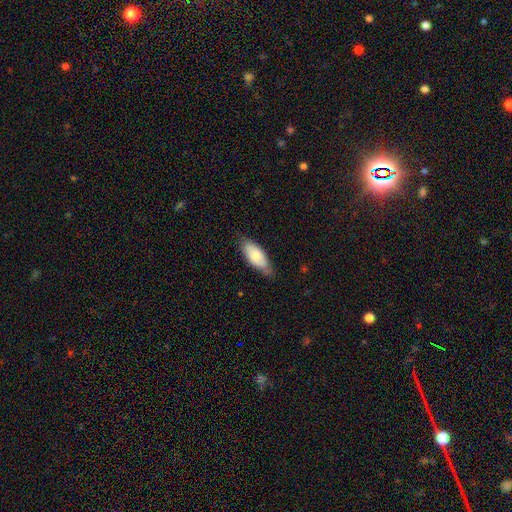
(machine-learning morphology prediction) Overall: smooth (77%). How rounded: in between (83%). Merging: none (67%).